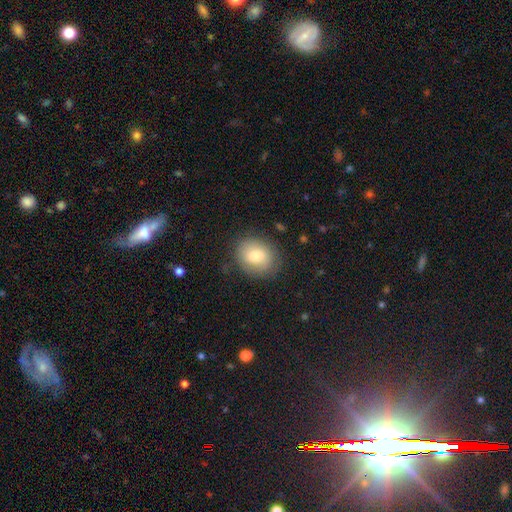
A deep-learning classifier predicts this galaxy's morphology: smooth 76%, featured or disk 15%, star or artifact 9%. Down the decision tree: how rounded — round (65%); merging — none (81%).